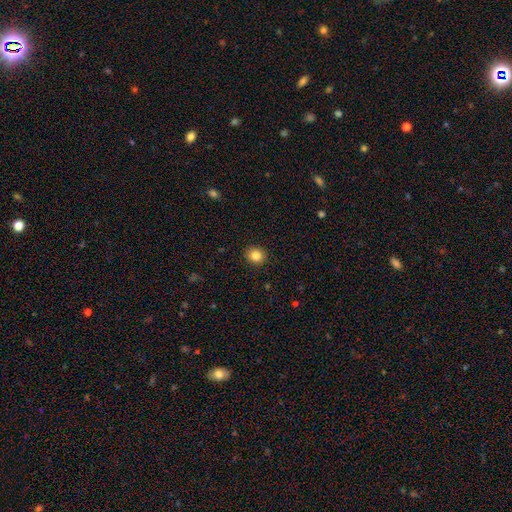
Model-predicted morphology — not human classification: smooth_or_featured: smooth (p=0.85) [alt: star or artifact p=0.11]
how_rounded: round (p=0.83) [alt: in between p=0.16]
merging: none (p=0.91) [alt: minor disturbance p=0.06]